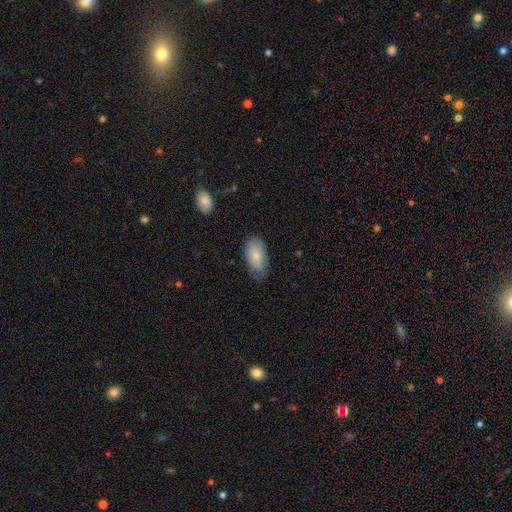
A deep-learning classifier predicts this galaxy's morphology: The model was most divided on "merging": none: 68%, minor disturbance: 26%, major disturbance: 5%, merger: 1%. More confident: how rounded — in between (94%); smooth or featured — smooth (79%).